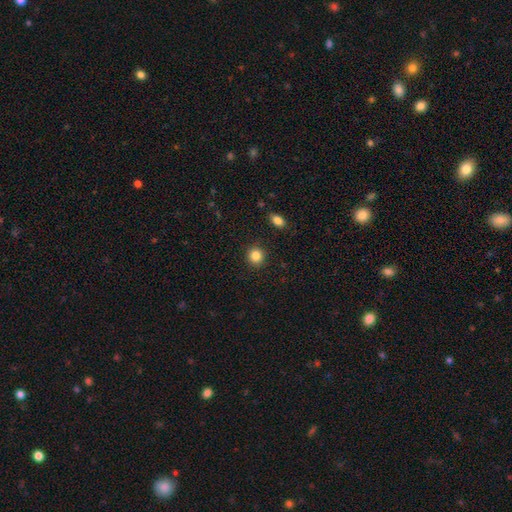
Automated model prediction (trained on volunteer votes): Smooth or featured? smooth (85%)
How rounded? round (89%)
Merging? none (91%)